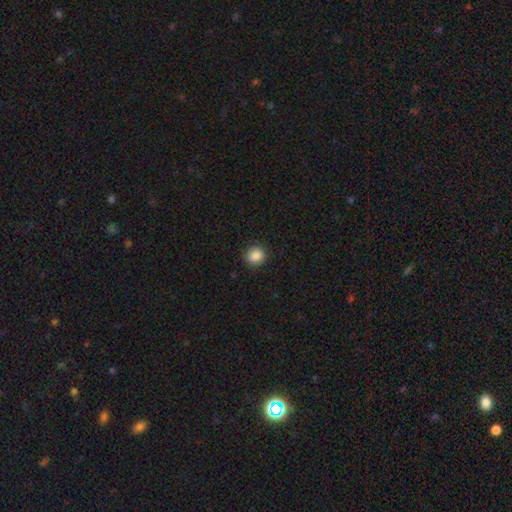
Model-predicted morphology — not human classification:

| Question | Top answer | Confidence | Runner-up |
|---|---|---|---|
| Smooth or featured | smooth | 88% | star or artifact (9%) |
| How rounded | round | 82% | in between (17%) |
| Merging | none | 89% | minor disturbance (8%) |